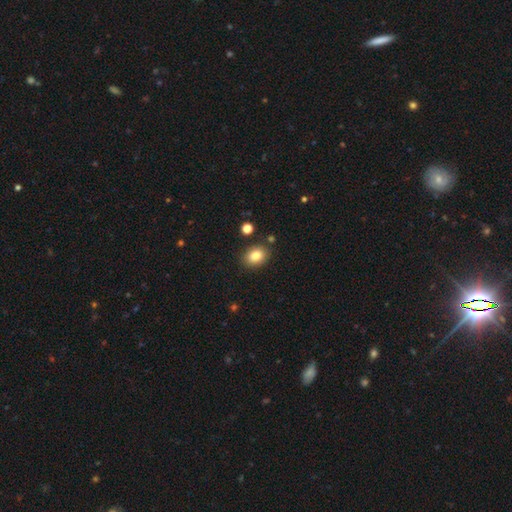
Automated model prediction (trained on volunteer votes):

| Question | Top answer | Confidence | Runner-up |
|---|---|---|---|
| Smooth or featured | smooth | 84% | star or artifact (9%) |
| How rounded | in between | 61% | round (38%) |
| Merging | none | 85% | minor disturbance (9%) |